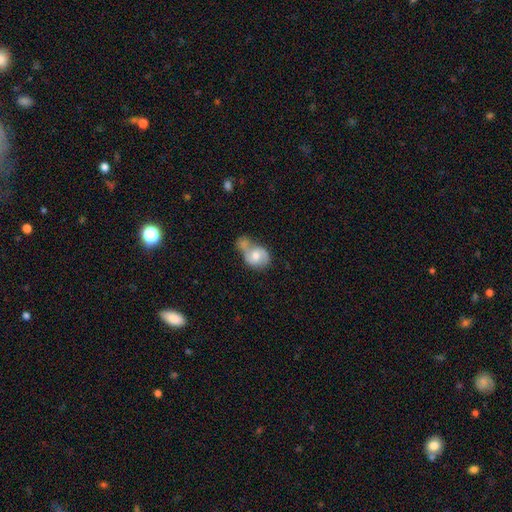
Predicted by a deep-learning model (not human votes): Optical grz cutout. It shows a featured or disk galaxy (52%) with no bar (62%), spiral arms (77%) and a moderate central bulge (67%). Merging: merger (51%).